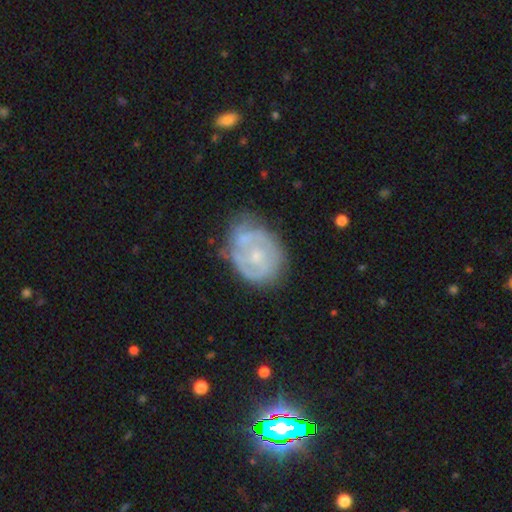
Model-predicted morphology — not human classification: Q: Smooth or featured?
A: featured or disk (73%); runner-up: smooth (20%)
Q: Edge-on disk?
A: no (97%); runner-up: yes (3%)
Q: Bar?
A: no (73%); runner-up: weak (23%)
Q: Spiral arms?
A: yes (74%); runner-up: no (26%)
Q: Spiral winding?
A: tight (58%); runner-up: medium (31%)
Q: Spiral arm count?
A: 2 (41%); runner-up: can't tell (35%)
Q: Bulge size?
A: small (60%); runner-up: moderate (33%)
Q: Merging?
A: none (55%); runner-up: minor disturbance (28%)